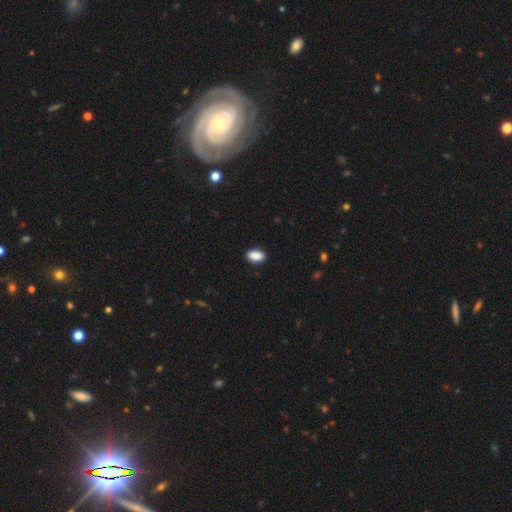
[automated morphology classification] This is clearly a smooth galaxy (90%). How rounded: clearly in between (92%). Merging: clearly none (90%).